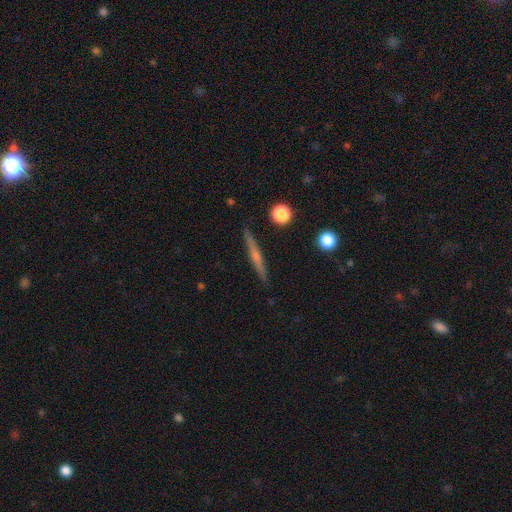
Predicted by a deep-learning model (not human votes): A featured or disk galaxy (54%) viewed edge-on (97%) with no central bulge (49%). Merging: none (91%).